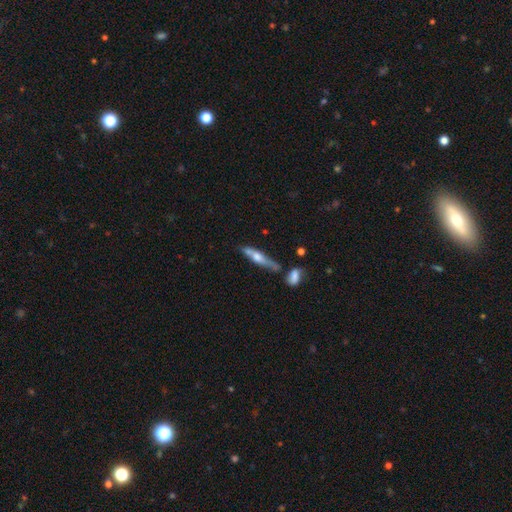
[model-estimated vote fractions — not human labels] Q: Smooth or featured?
A: featured or disk (54%); runner-up: smooth (39%)
Q: Edge-on disk?
A: yes (86%); runner-up: no (14%)
Q: Merging?
A: none (55%); runner-up: minor disturbance (20%)